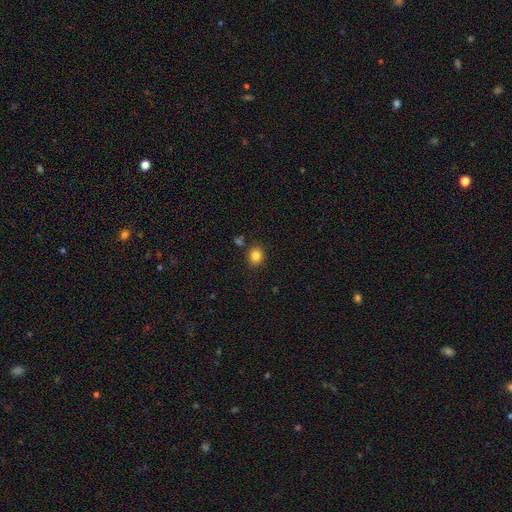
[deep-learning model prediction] Morphology: type=smooth (83%); roundness=round (74%); merging=none (85%).